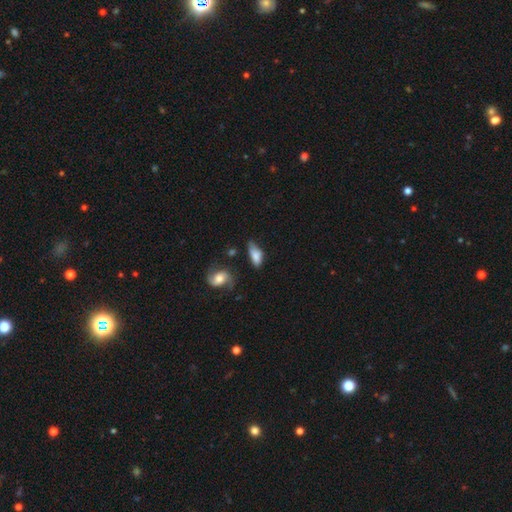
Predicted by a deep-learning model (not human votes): This is likely a smooth galaxy (73%). How rounded: clearly in between (81%). Merging: marginally none (40%).